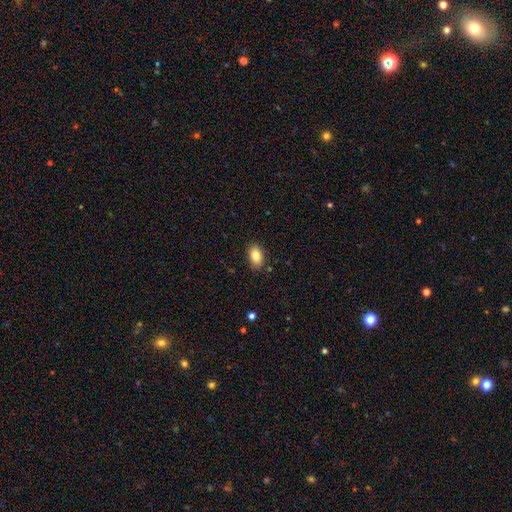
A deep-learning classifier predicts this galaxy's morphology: smooth 84%, featured or disk 8%, star or artifact 8%. Down the decision tree: how rounded — in between (90%); merging — none (85%).